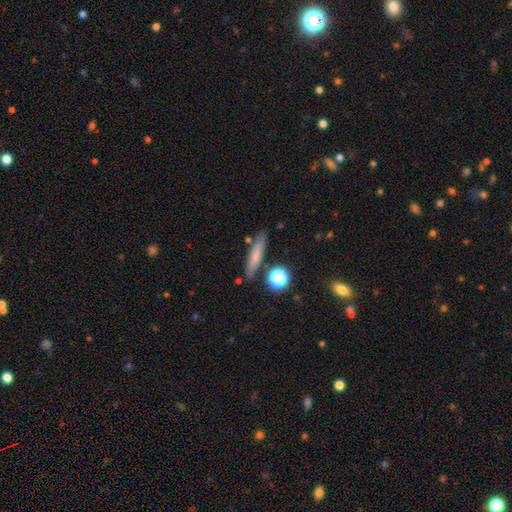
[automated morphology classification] This appears to be a smooth galaxy with no disk features (67%) that is cigar-shaped (83%). Merging: none (82%).